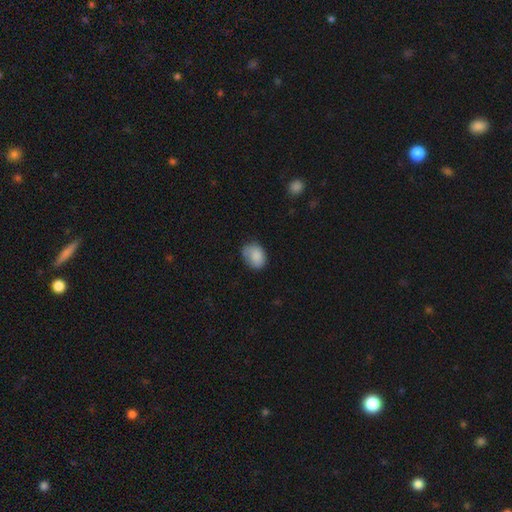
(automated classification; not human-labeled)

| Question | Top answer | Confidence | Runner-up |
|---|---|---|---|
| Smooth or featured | smooth | 81% | featured or disk (12%) |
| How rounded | in between | 66% | round (33%) |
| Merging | none | 58% | minor disturbance (30%) |